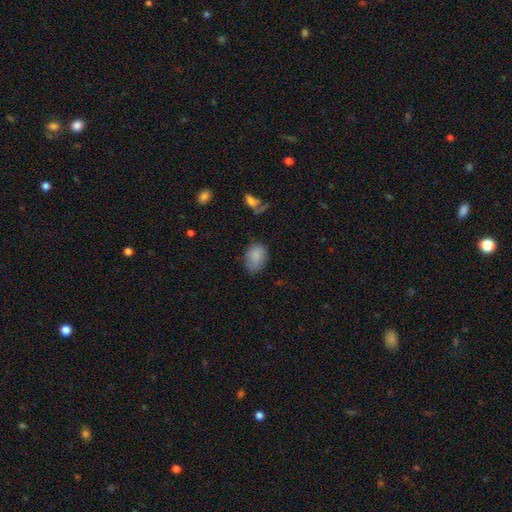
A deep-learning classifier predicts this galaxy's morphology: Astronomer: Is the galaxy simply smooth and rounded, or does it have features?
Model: smooth — 85%.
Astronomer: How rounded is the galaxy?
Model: in between — 81%.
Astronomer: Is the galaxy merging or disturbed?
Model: none — 66%.